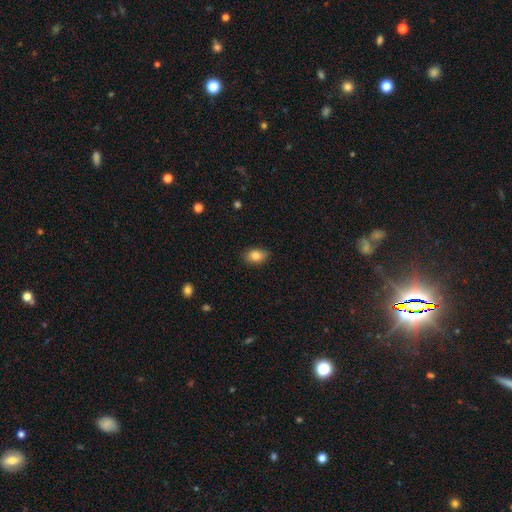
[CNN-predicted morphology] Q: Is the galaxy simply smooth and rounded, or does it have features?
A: smooth — 83%.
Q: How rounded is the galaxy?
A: in between — 82%.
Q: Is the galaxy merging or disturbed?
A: none — 82%.